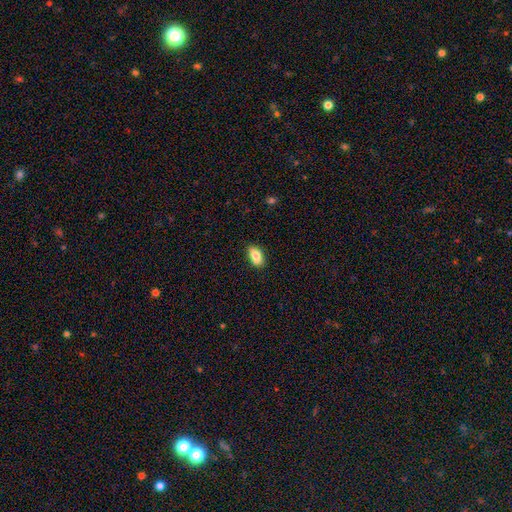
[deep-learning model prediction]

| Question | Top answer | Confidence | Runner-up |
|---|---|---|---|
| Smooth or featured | smooth | 78% | featured or disk (14%) |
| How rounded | in between | 88% | round (7%) |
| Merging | none | 69% | minor disturbance (17%) |